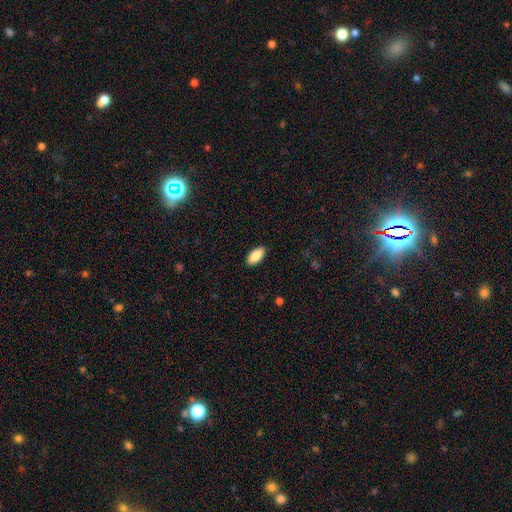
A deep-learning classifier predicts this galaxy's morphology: smooth 88%, star or artifact 6%, featured or disk 6%. Down the decision tree: how rounded — in between (92%); merging — none (89%).